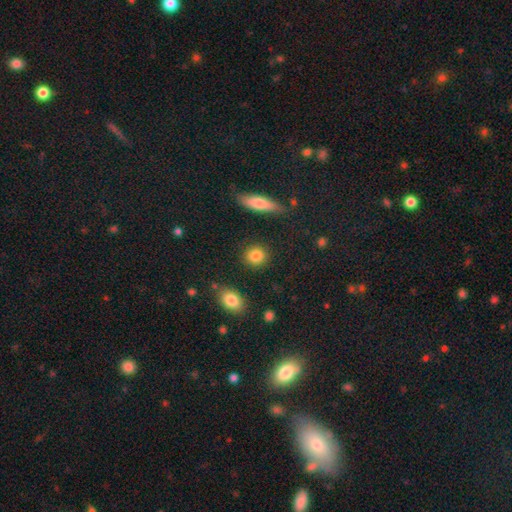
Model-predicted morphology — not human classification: smooth-or-featured: smooth: 86% | star or artifact: 8% | featured or disk: 6%
  how-rounded: round: 82% | in between: 16% | cigar-shaped: 2%
  merging: none: 89% | minor disturbance: 7% | major disturbance: 2% | merger: 2%